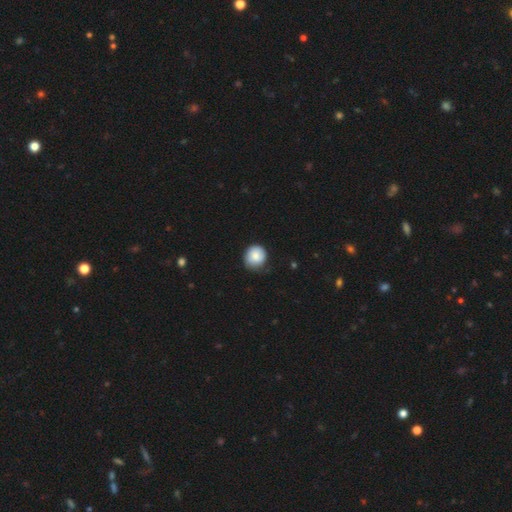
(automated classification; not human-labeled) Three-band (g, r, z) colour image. It shows a smooth galaxy with no disk features (80%) that is round (89%). Merging: none (67%).